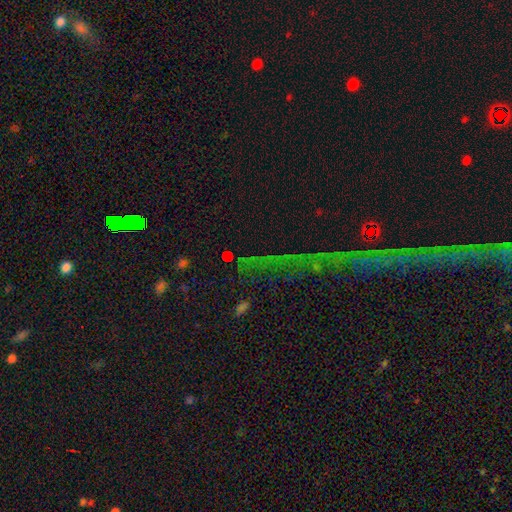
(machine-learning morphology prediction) The model was most divided on "smooth or featured": star or artifact: 79%, smooth: 11%, featured or disk: 11%.